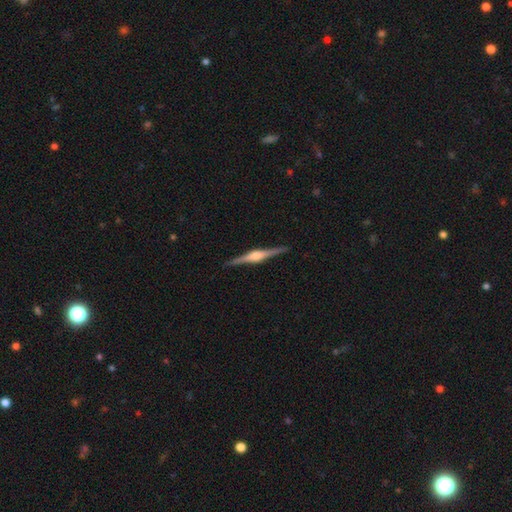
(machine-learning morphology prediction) Q: Smooth or featured?
A: featured or disk (85%); runner-up: smooth (10%)
Q: Edge-on disk?
A: yes (99%); runner-up: no (1%)
Q: Edge-on bulge?
A: rounded (85%); runner-up: boxy (12%)
Q: Merging?
A: none (92%); runner-up: minor disturbance (6%)